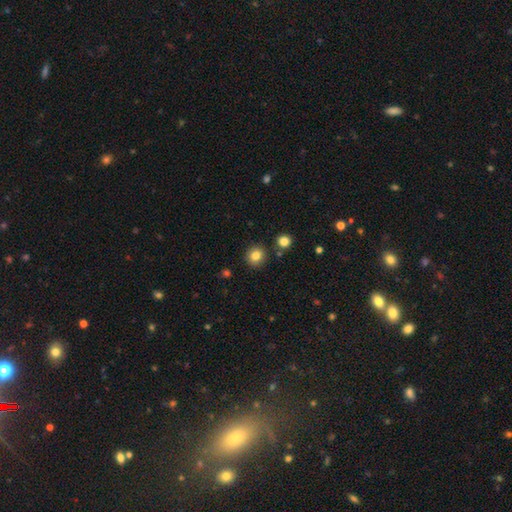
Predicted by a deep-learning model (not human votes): smooth-or-featured: smooth: 83% | star or artifact: 11% | featured or disk: 6%
  how-rounded: round: 89% | in between: 10% | cigar-shaped: 1%
  merging: none: 87% | minor disturbance: 7% | merger: 4% | major disturbance: 2%